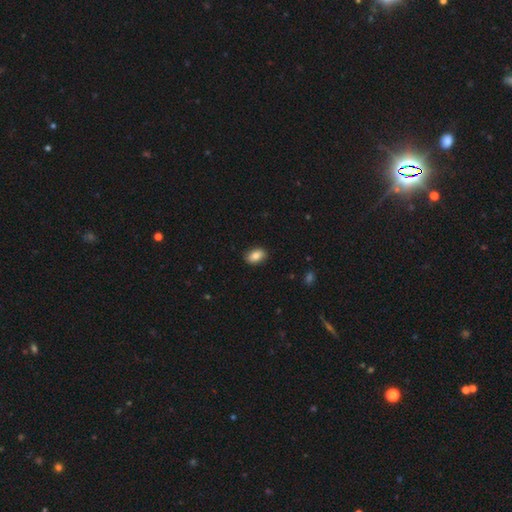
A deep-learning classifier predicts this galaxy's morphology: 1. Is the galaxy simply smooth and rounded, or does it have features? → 83% smooth, 10% featured or disk, 7% star or artifact.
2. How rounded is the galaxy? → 86% in between, 12% round, 2% cigar-shaped.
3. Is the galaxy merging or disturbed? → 88% none, 9% minor disturbance, 2% major disturbance, 1% merger.